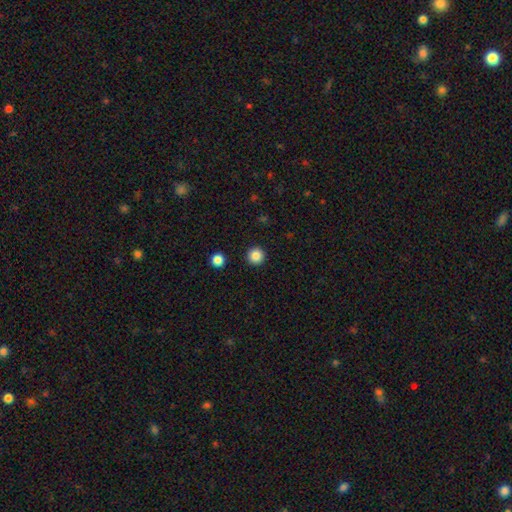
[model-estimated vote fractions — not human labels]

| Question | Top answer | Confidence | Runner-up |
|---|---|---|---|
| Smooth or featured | smooth | 86% | star or artifact (11%) |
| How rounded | round | 96% | in between (3%) |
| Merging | none | 93% | minor disturbance (4%) |